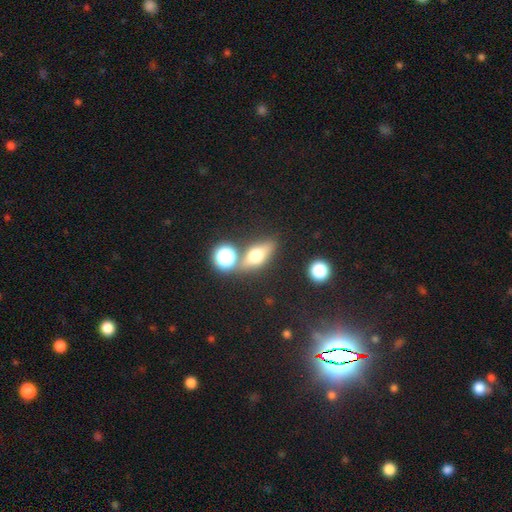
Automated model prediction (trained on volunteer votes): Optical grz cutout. It shows a smooth galaxy with no disk features (48%). Merging: none (75%).